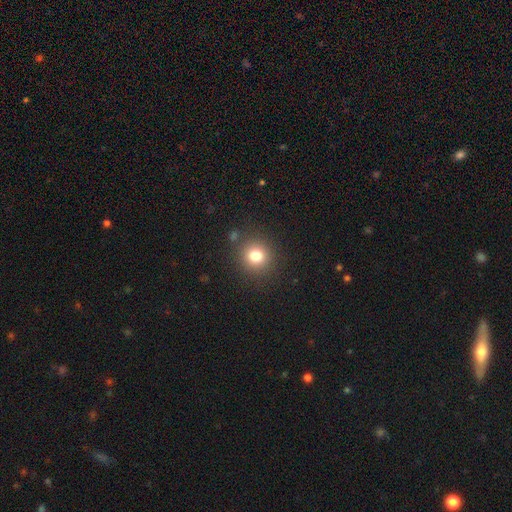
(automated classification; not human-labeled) smooth 78%, star or artifact 14%, featured or disk 8%. Down the decision tree: how rounded — round (91%); merging — none (86%).